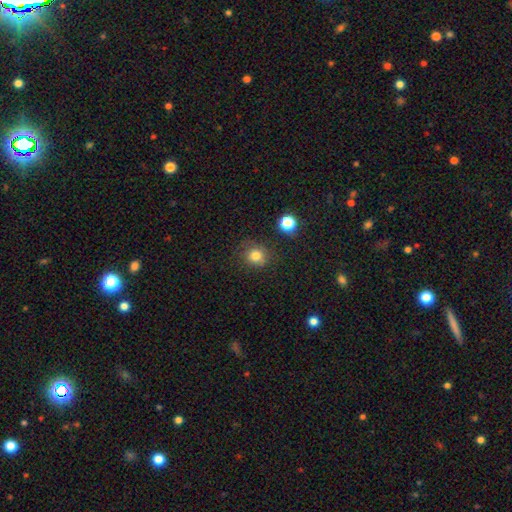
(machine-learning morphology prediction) The model was most divided on "merging": none: 77%, minor disturbance: 15%, major disturbance: 5%, merger: 3%. More confident: how rounded — round (81%); smooth or featured — smooth (80%).